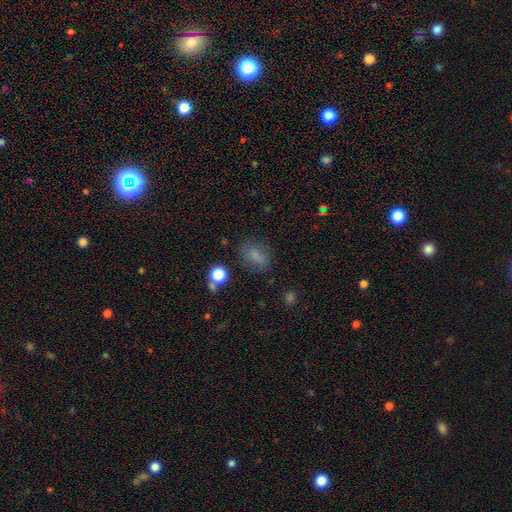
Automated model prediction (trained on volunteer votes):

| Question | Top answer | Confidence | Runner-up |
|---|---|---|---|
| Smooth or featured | smooth | 76% | star or artifact (15%) |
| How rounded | in between | 72% | round (25%) |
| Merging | none | 73% | minor disturbance (17%) |